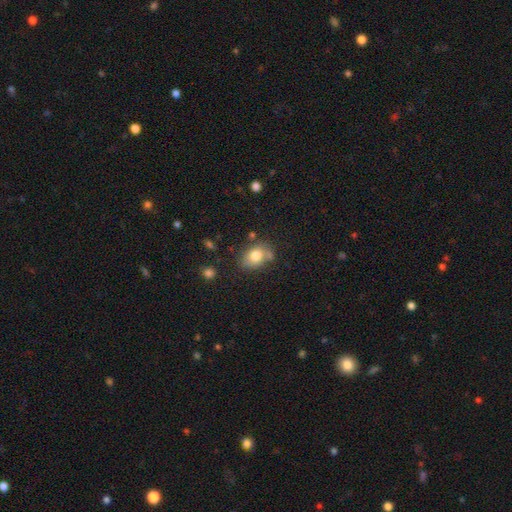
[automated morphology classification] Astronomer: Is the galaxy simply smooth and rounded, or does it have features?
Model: smooth — 78%.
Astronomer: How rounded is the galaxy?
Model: in between — 68%.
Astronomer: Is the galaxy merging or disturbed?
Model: none — 64%.